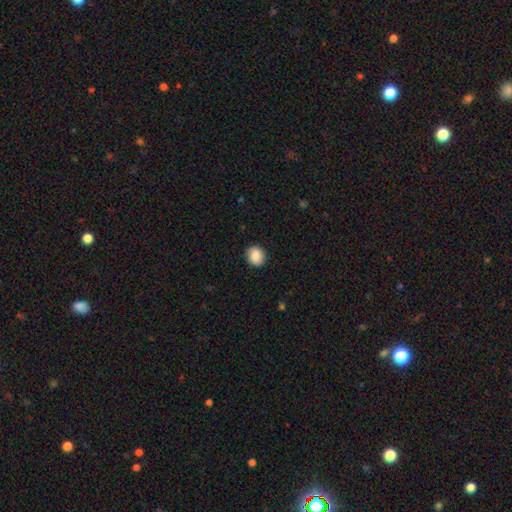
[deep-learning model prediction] Smooth or featured?
  - smooth: 85% *
  - star or artifact: 8%
  - featured or disk: 7%
How rounded?
  - round: 71% *
  - in between: 28%
  - cigar-shaped: 1%
Merging?
  - none: 88% *
  - minor disturbance: 9%
  - major disturbance: 2%
  - merger: 1%